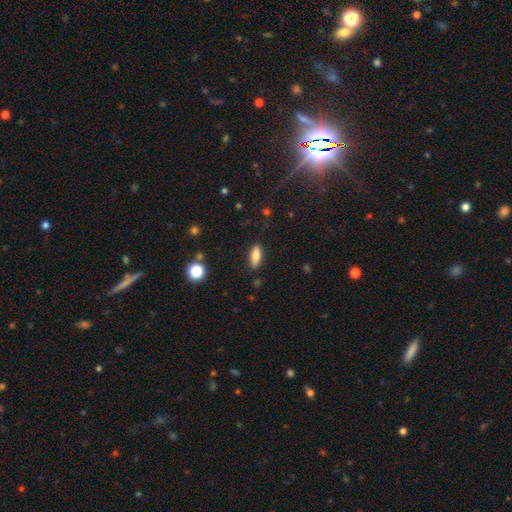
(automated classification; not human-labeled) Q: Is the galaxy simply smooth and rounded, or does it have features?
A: smooth — 66%.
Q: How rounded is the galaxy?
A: in between — 64%.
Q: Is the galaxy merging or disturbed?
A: none — 86%.